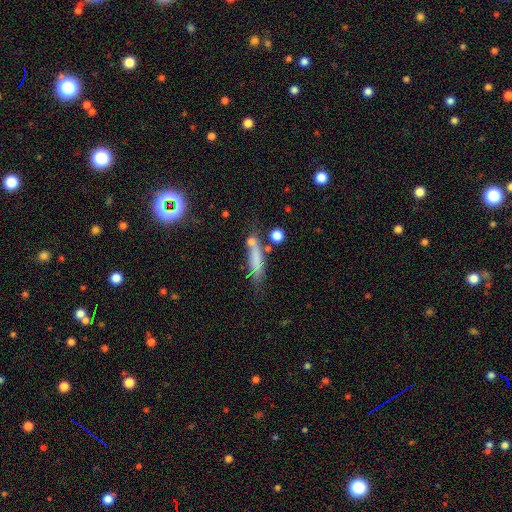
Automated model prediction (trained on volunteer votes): A smooth galaxy with no disk features (56%) that is cigar-shaped (73%). Merging: none (50%).